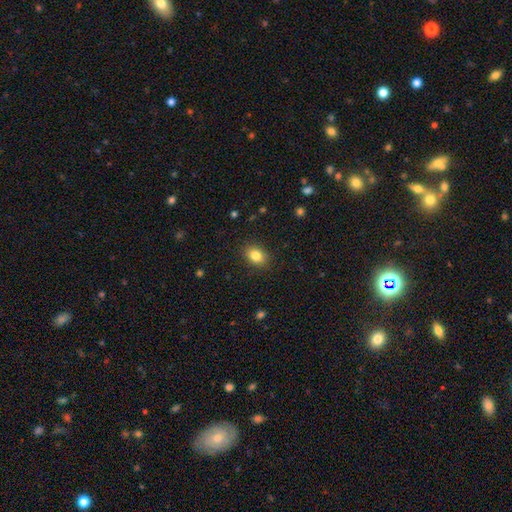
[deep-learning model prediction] Overall: smooth (83%). How rounded: in between (69%; round 30%). Merging: none (88%).